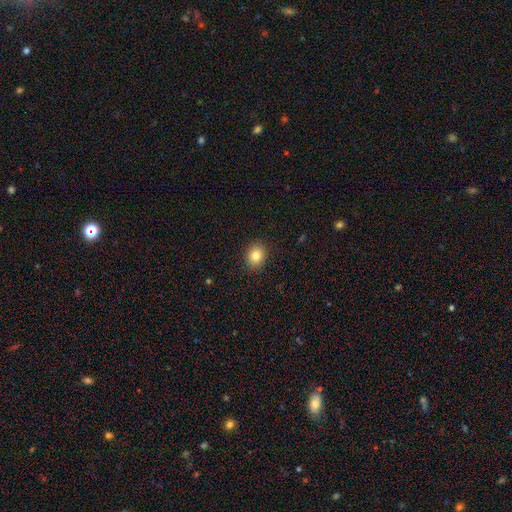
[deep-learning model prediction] A smooth galaxy with no disk features (83%) that is round (59%). Merging: none (90%).